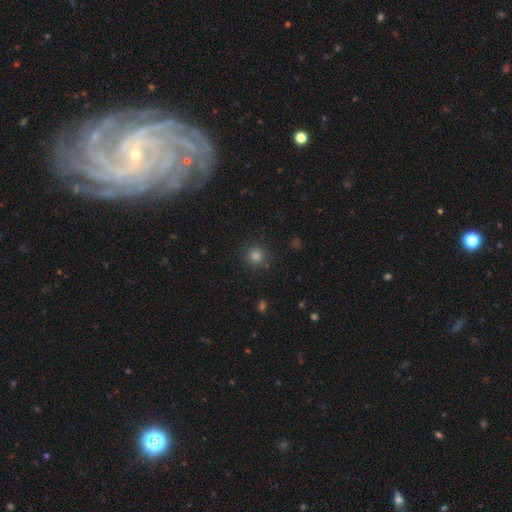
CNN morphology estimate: Smooth or featured? Predicted: smooth (p=0.77). How rounded? Predicted: round (p=0.94). Merging? Predicted: none (p=0.90).